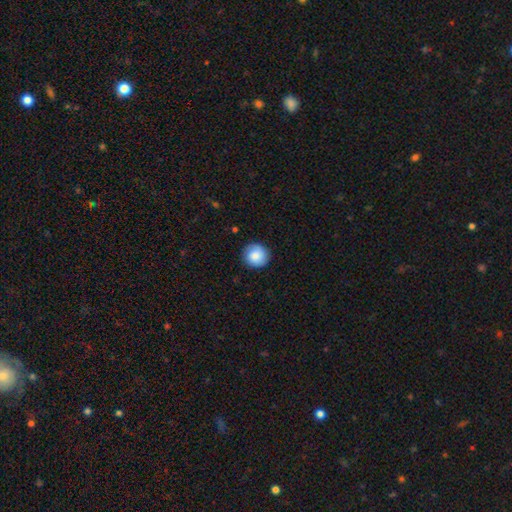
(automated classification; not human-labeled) Q: Smooth or featured?
A: smooth (77%); runner-up: featured or disk (15%)
Q: How rounded?
A: round (92%); runner-up: in between (7%)
Q: Merging?
A: none (85%); runner-up: minor disturbance (11%)